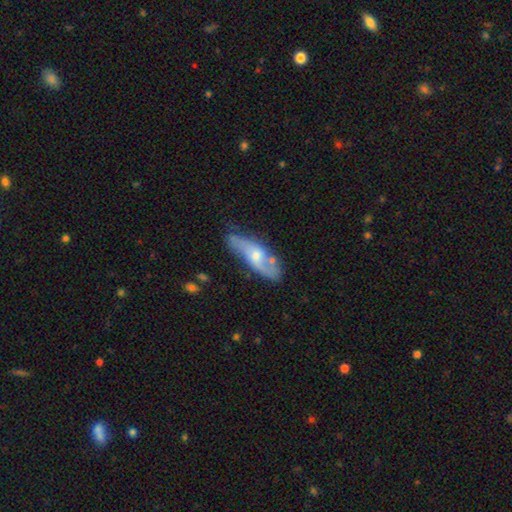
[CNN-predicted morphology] This appears to be a featured or disk galaxy (59%). Merging: none (65%).